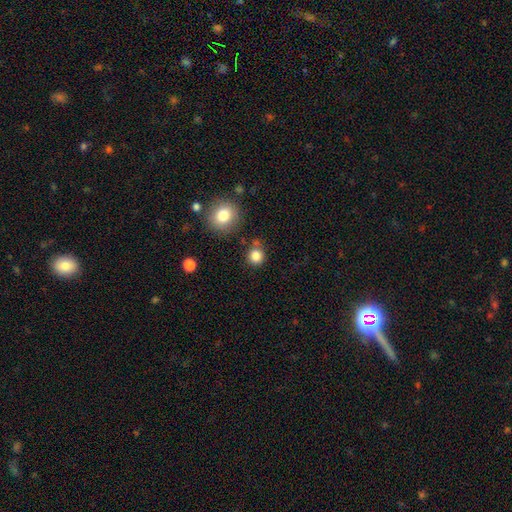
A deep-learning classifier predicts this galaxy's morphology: Smooth or featured?
  - smooth: 83% *
  - star or artifact: 12%
  - featured or disk: 4%
How rounded?
  - round: 89% *
  - in between: 10%
  - cigar-shaped: 1%
Merging?
  - none: 77% *
  - minor disturbance: 11%
  - merger: 8%
  - major disturbance: 4%